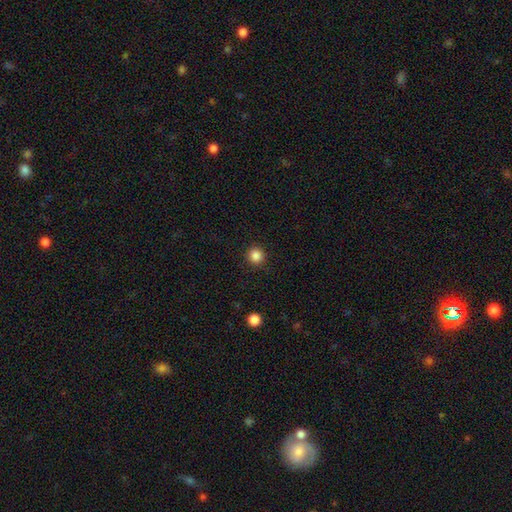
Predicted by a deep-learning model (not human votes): smooth 86%, star or artifact 11%, featured or disk 3%. Down the decision tree: how rounded — round (95%); merging — none (92%).